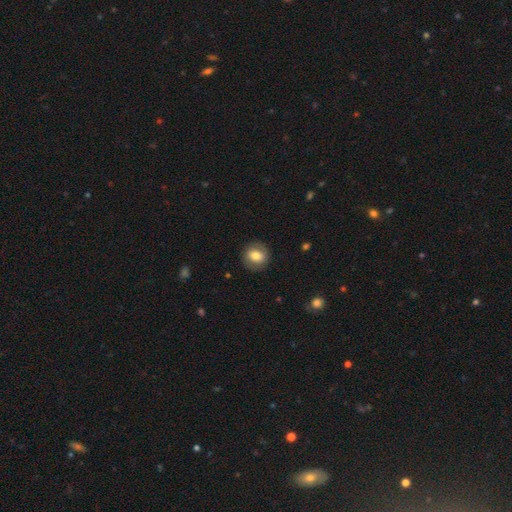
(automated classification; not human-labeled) Smooth or featured: smooth — 71% (featured or disk — 21%)
How rounded: round — 80% (in between — 19%)
Merging: none — 86% (minor disturbance — 9%)